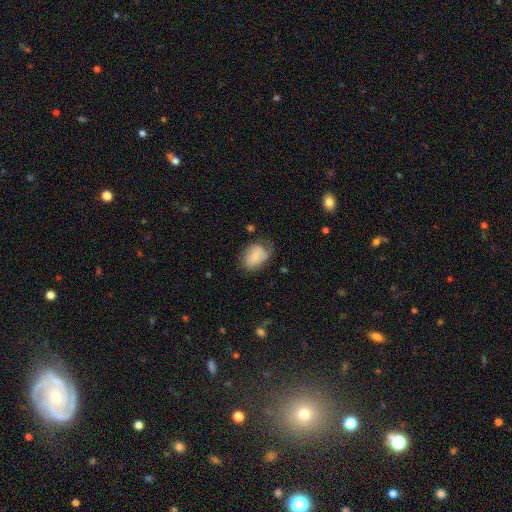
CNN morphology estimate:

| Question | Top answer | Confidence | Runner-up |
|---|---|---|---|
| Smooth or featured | smooth | 72% | featured or disk (21%) |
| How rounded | in between | 75% | round (24%) |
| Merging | none | 48% | minor disturbance (34%) |